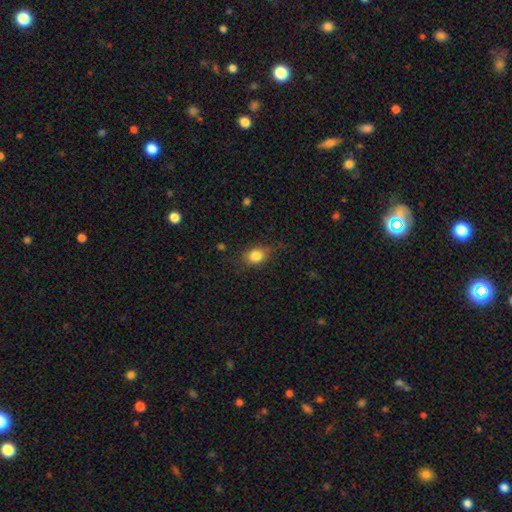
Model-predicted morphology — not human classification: Smooth or featured?
  - smooth: 82% *
  - star or artifact: 10%
  - featured or disk: 8%
How rounded?
  - in between: 55% *
  - round: 43%
  - cigar-shaped: 2%
Merging?
  - none: 74% *
  - minor disturbance: 19%
  - major disturbance: 5%
  - merger: 1%